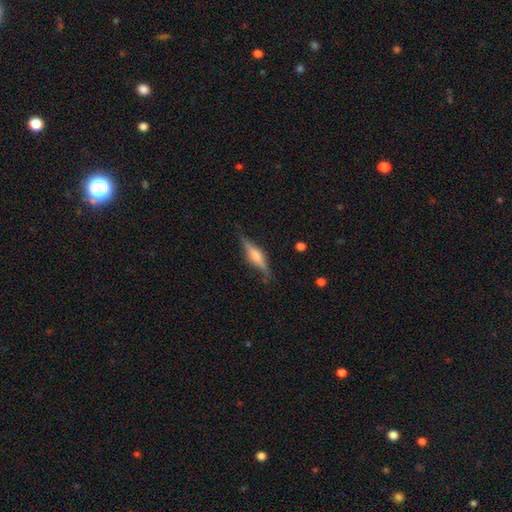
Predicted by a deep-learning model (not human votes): Morphology: type=featured or disk (67%); edge-on=yes (95%); edge-on bulge=rounded (72%); merging=none (81%).